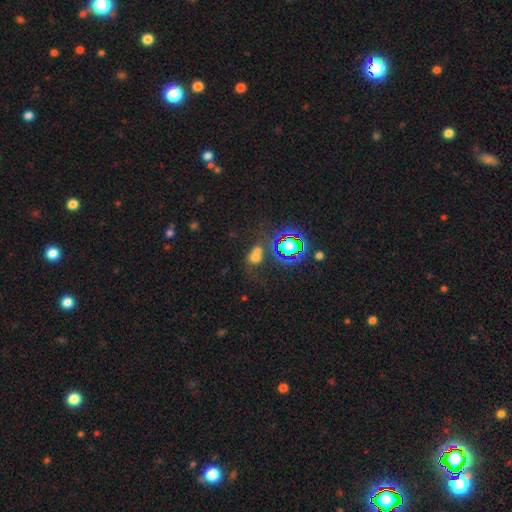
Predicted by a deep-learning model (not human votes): A smooth galaxy with no disk features (55%) that is round (62%).

Vote fractions:
- Smooth or featured? smooth: 55% / star or artifact: 31% / featured or disk: 15%
- How rounded? round: 62% / in between: 36% / cigar-shaped: 2%
- Merging? merger: 49% / none: 33% / minor disturbance: 10% / major disturbance: 9%